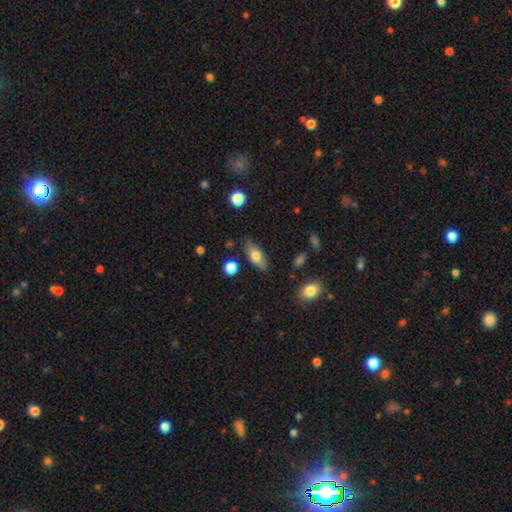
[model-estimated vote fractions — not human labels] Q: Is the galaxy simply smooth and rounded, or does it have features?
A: smooth — 71%.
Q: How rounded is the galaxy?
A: in between — 81%.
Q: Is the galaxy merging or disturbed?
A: none — 81%.